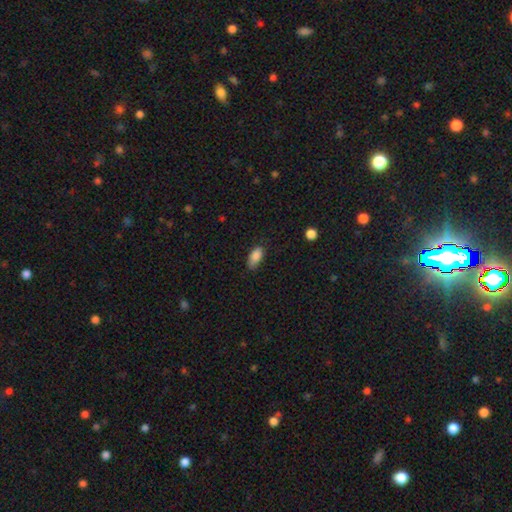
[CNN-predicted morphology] The model was most divided on "merging": none: 71%, minor disturbance: 23%, major disturbance: 4%, merger: 1%. More confident: how rounded — in between (90%); smooth or featured — smooth (87%).